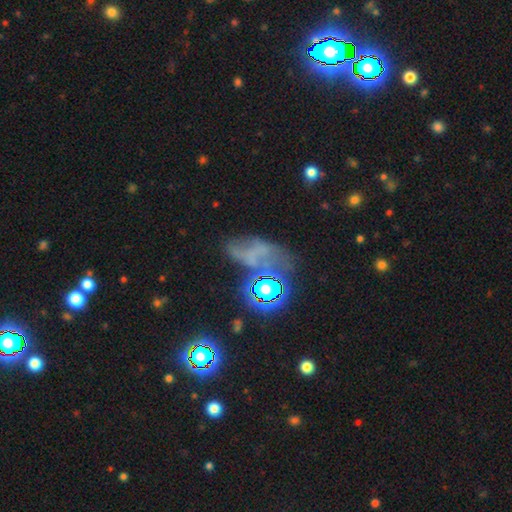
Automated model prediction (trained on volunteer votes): A star or artifact, not a galaxy (45%).

Vote fractions:
- Smooth or featured? star or artifact: 45% / smooth: 29% / featured or disk: 26%